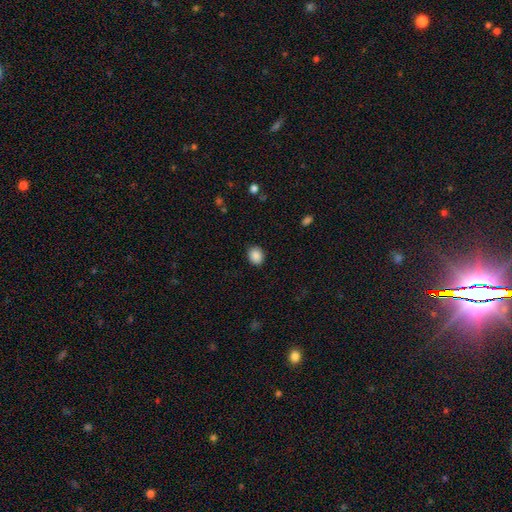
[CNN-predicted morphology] type=smooth (89%); roundness=round (56%); merging=none (88%).